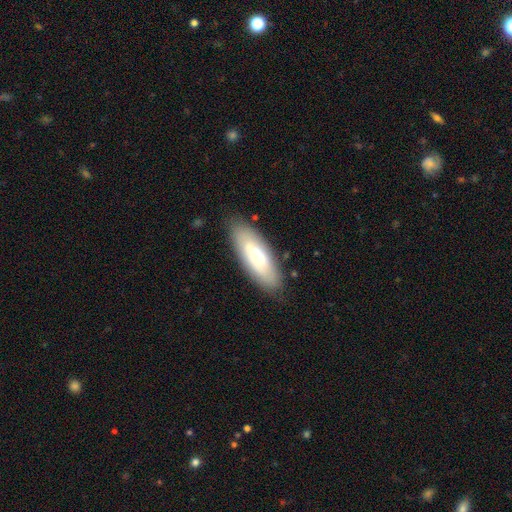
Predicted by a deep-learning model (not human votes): Smooth or featured?
  - smooth: 62% *
  - featured or disk: 32%
  - star or artifact: 7%
How rounded?
  - in between: 62% *
  - cigar-shaped: 36%
  - round: 2%
Merging?
  - none: 83% *
  - minor disturbance: 13%
  - major disturbance: 3%
  - merger: 2%